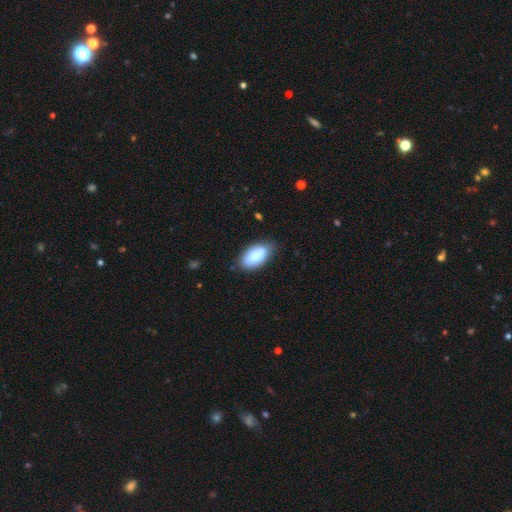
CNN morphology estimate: This appears to be a smooth galaxy with no disk features (83%) that is in between round and cigar-shaped (90%). Merging: none (78%).